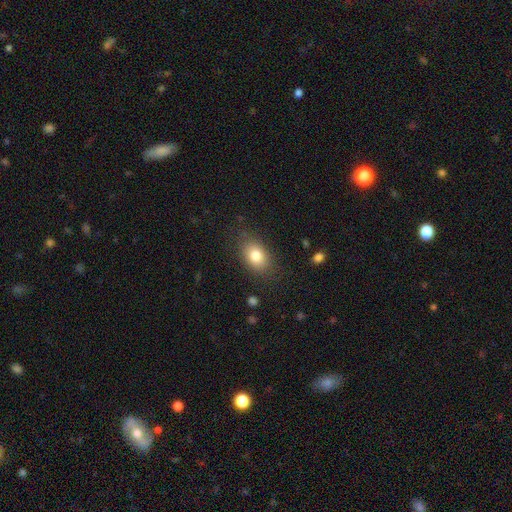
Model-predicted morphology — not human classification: smooth 81%, featured or disk 11%, star or artifact 9%. Down the decision tree: how rounded — in between (79%); merging — none (81%).